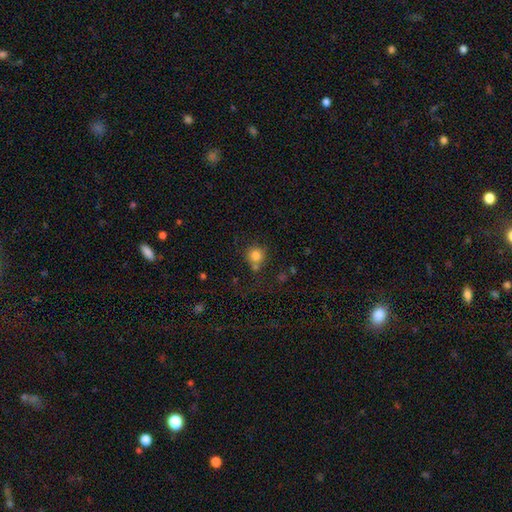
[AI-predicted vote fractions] A smooth galaxy with no disk features (82%) that is round (91%).

Vote fractions:
- Smooth or featured? smooth: 82% / star or artifact: 12% / featured or disk: 7%
- How rounded? round: 91% / in between: 8% / cigar-shaped: 1%
- Merging? none: 64% / merger: 19% / minor disturbance: 12% / major disturbance: 5%